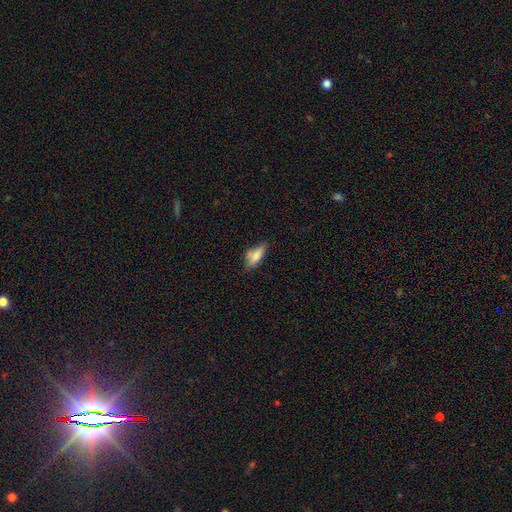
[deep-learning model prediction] This appears to be a smooth galaxy with no disk features (75%) that is in between round and cigar-shaped (70%). Merging: none (61%).